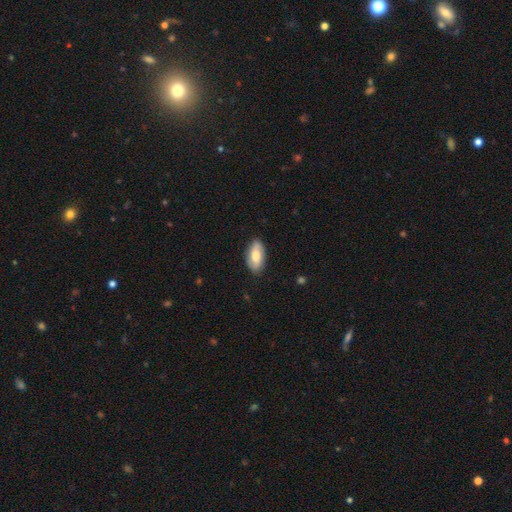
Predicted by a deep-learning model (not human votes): Morphology: type=smooth (61%); roundness=in between (92%); merging=none (84%).